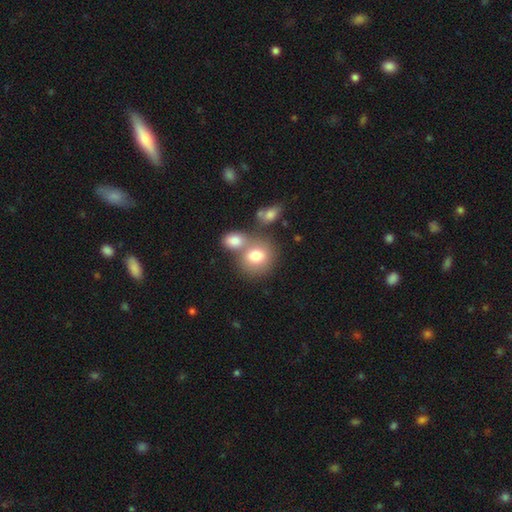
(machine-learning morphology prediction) type=smooth (78%); roundness=round (62%); merging=none (43%).